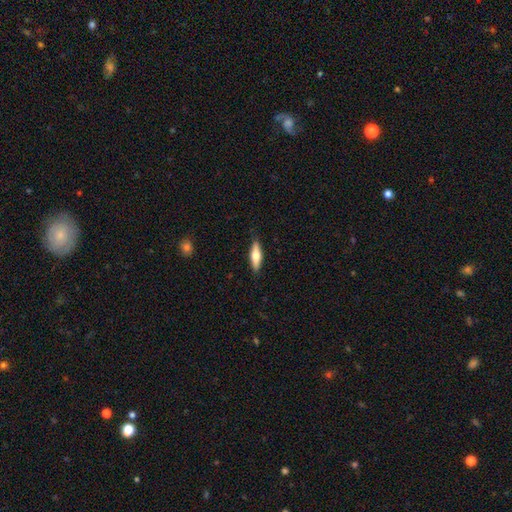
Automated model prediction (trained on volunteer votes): Morphology: type=smooth (56%); roundness=cigar-shaped (59%); merging=none (89%).